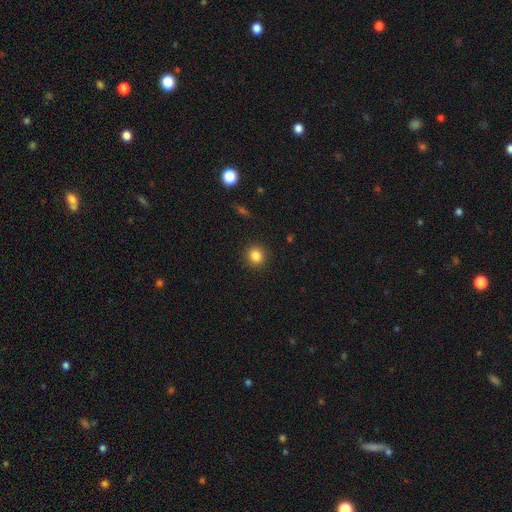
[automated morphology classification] Smooth or featured: smooth — 85% (star or artifact — 11%)
How rounded: round — 84% (in between — 15%)
Merging: none — 91% (minor disturbance — 6%)